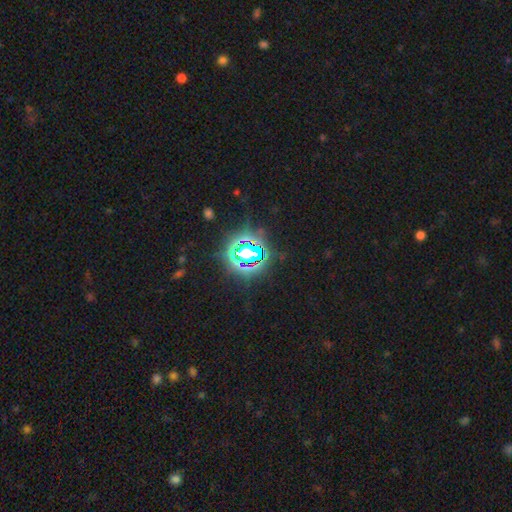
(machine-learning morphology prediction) This appears to be a star or artifact, not a galaxy (80%).